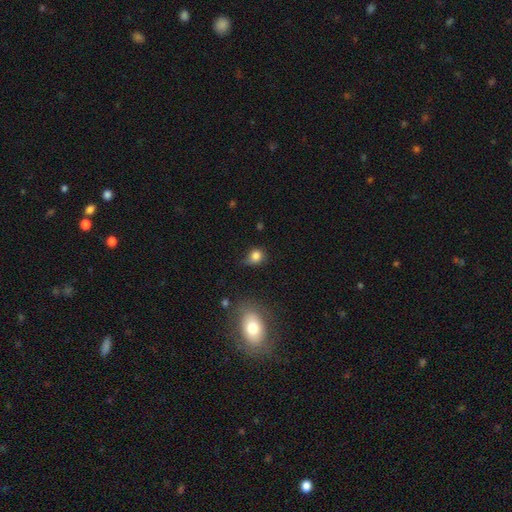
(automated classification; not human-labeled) smooth_or_featured: smooth (p=0.81) [alt: star or artifact p=0.12]
how_rounded: round (p=0.70) [alt: in between p=0.29]
merging: none (p=0.49) [alt: minor disturbance p=0.34]